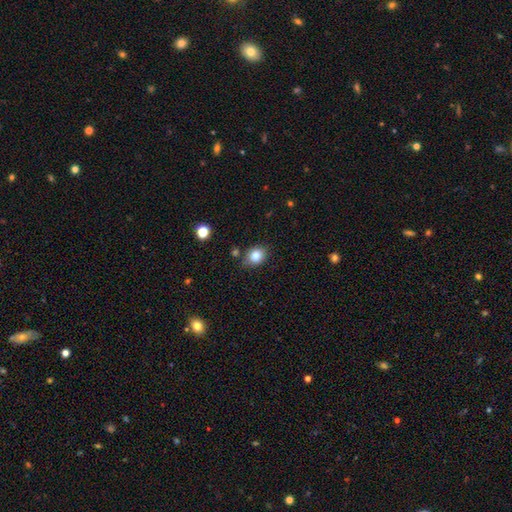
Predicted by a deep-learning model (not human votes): This is clearly a smooth galaxy (84%). How rounded: possibly round (56%). Merging: likely none (76%).